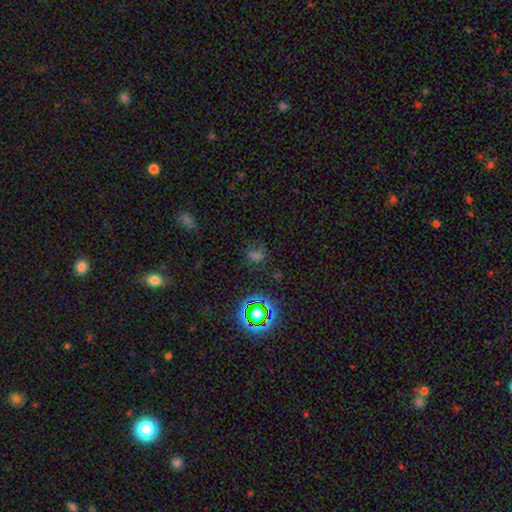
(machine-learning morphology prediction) Smooth or featured? smooth (45%)
Merging? none (65%)